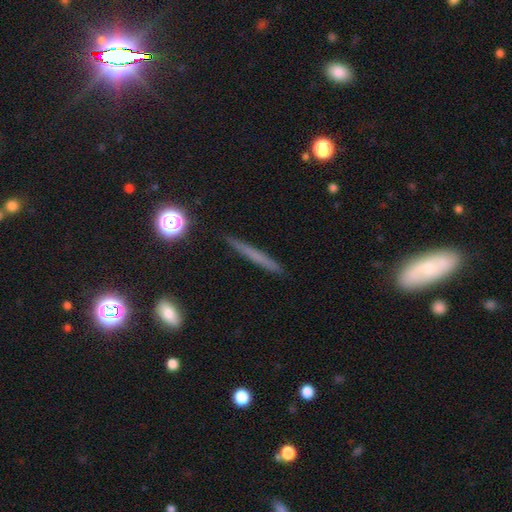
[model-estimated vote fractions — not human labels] Smooth or featured? Predicted: smooth (p=0.53). How rounded? Predicted: cigar-shaped (p=0.94). Merging? Predicted: none (p=0.90).